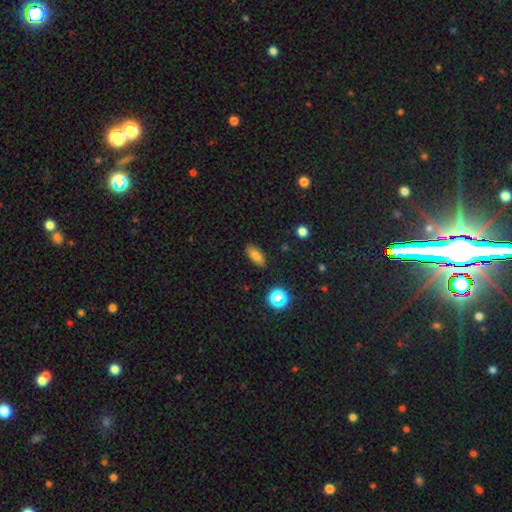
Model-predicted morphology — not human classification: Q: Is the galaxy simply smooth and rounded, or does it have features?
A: smooth — 77%.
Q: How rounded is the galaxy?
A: in between — 81%.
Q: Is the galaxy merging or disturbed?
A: none — 87%.